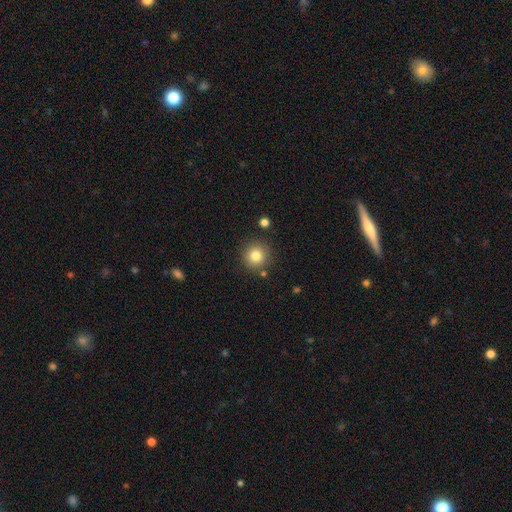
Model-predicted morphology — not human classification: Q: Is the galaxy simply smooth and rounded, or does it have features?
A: smooth — 82%.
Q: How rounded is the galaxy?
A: round — 94%.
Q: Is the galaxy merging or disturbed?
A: none — 86%.